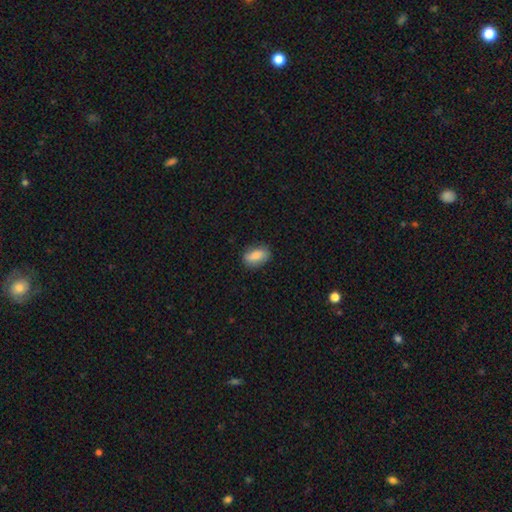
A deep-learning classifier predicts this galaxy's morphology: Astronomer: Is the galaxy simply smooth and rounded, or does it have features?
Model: smooth — 81%.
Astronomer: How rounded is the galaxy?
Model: in between — 88%.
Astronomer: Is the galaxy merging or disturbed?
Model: none — 83%.